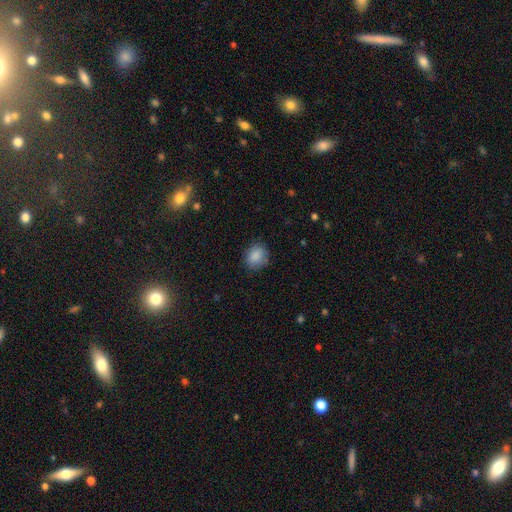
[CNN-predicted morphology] A smooth galaxy with no disk features (87%) that is round (59%). Merging: none (79%).